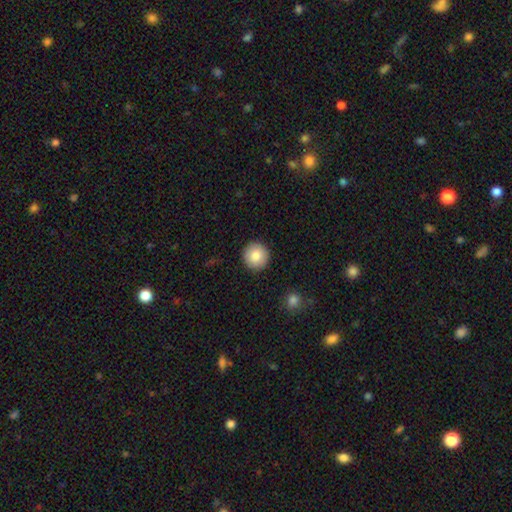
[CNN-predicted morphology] smooth 84%, featured or disk 8%, star or artifact 8%. Down the decision tree: how rounded — round (95%); merging — none (92%).